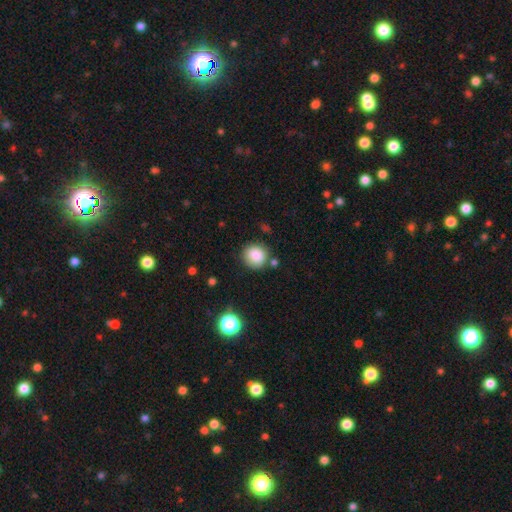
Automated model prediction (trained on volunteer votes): The model was most divided on "merging": none: 80%, minor disturbance: 12%, merger: 5%, major disturbance: 3%. More confident: how rounded — round (88%); smooth or featured — smooth (86%).